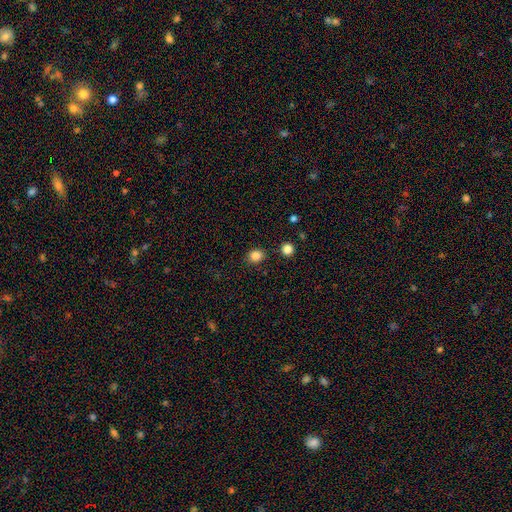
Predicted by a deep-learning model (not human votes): A smooth galaxy with no disk features (85%) that is round (61%).

Vote fractions:
- Smooth or featured? smooth: 85% / star or artifact: 11% / featured or disk: 4%
- How rounded? round: 61% / in between: 38% / cigar-shaped: 1%
- Merging? none: 85% / minor disturbance: 9% / merger: 4% / major disturbance: 3%